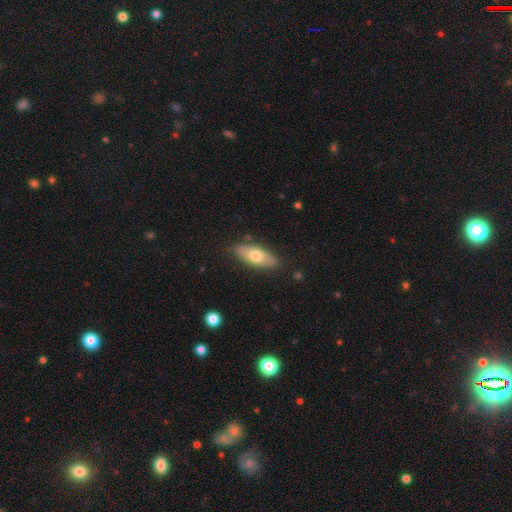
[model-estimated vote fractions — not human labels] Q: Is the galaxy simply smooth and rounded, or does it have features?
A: smooth — 65%.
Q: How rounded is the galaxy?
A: in between — 70%.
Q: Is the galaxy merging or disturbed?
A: none — 85%.